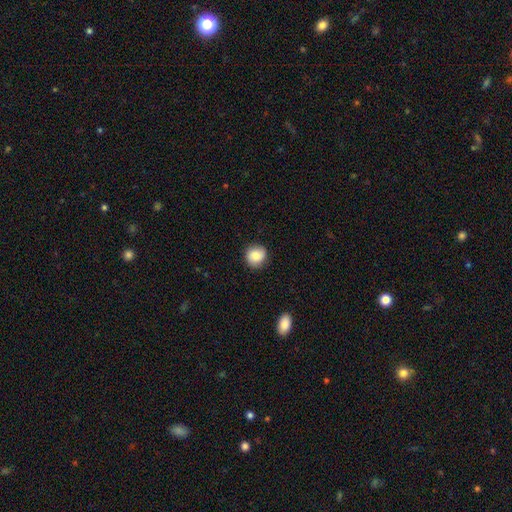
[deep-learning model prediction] A smooth galaxy with no disk features (84%) that is round (89%). Merging: none (86%).